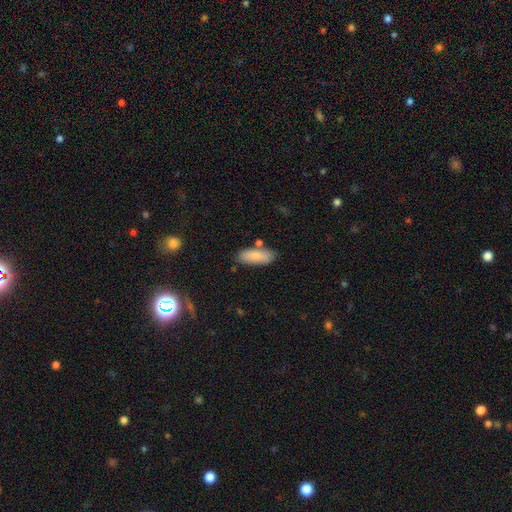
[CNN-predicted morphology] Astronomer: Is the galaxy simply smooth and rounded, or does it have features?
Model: smooth — 83%.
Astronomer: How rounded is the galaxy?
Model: in between — 72%.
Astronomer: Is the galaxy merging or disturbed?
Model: none — 76%.